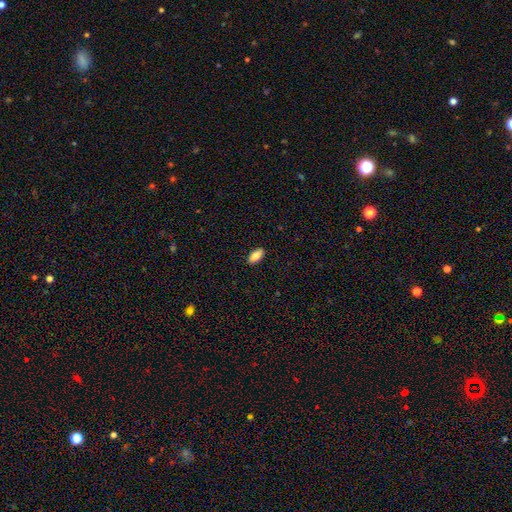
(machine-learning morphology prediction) A smooth galaxy with no disk features (83%) that is in between round and cigar-shaped (88%).

Vote fractions:
- Smooth or featured? smooth: 83% / featured or disk: 10% / star or artifact: 7%
- How rounded? in between: 88% / cigar-shaped: 10% / round: 2%
- Merging? none: 89% / minor disturbance: 8% / major disturbance: 2% / merger: 1%